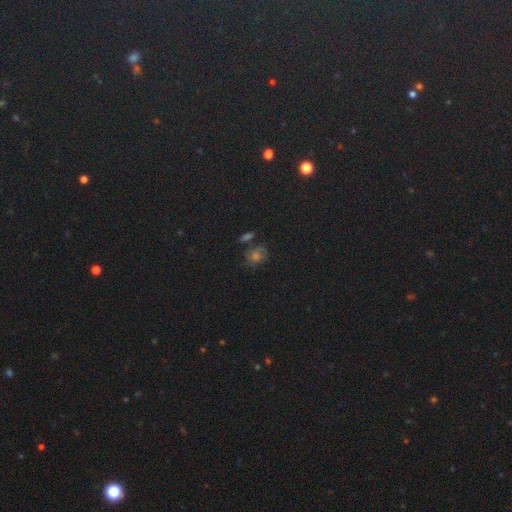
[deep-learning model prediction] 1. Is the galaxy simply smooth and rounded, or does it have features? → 45% smooth, 40% star or artifact, 15% featured or disk.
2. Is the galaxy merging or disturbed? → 67% none, 16% minor disturbance, 10% merger, 7% major disturbance.